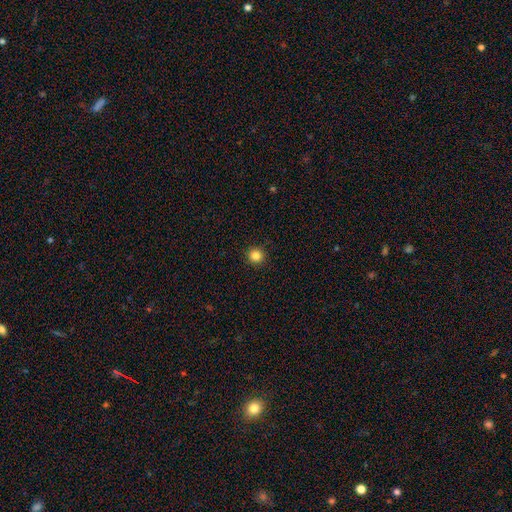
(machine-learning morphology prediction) Smooth or featured? smooth (84%)
How rounded? round (93%)
Merging? none (92%)